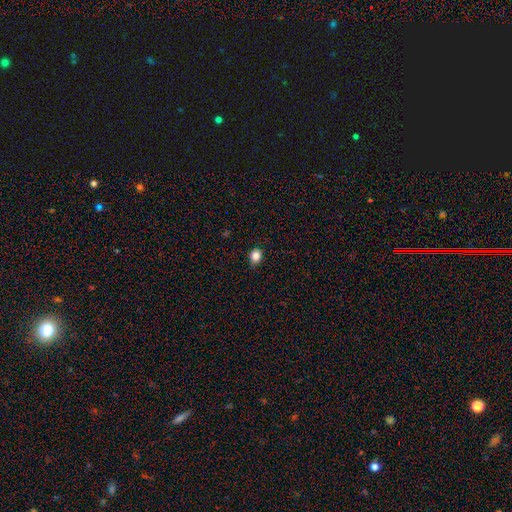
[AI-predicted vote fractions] Smooth or featured? smooth (83%)
How rounded? round (54%)
Merging? none (84%)